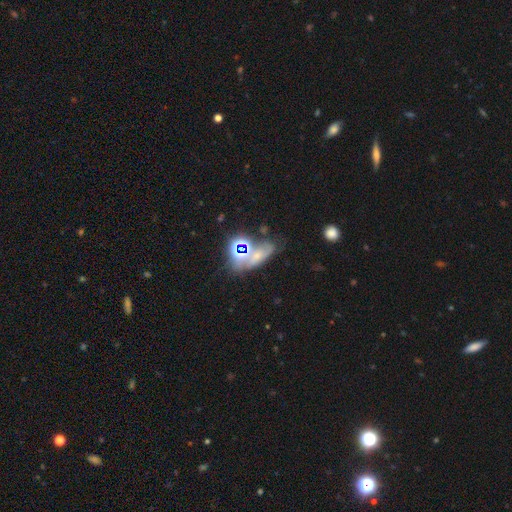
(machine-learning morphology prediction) Smooth or featured? Predicted: star or artifact (p=0.38).